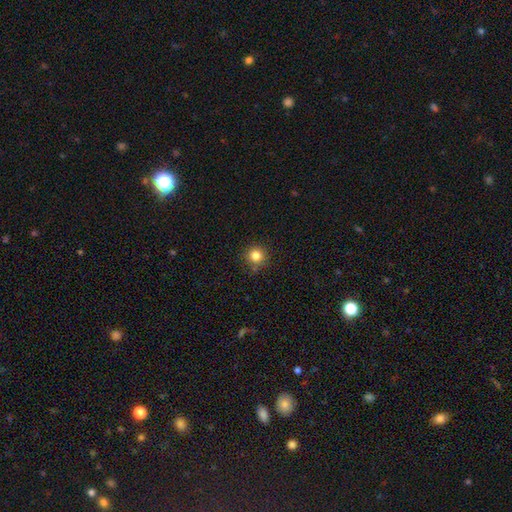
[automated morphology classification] A smooth galaxy with no disk features (83%) that is round (95%). Merging: none (87%).